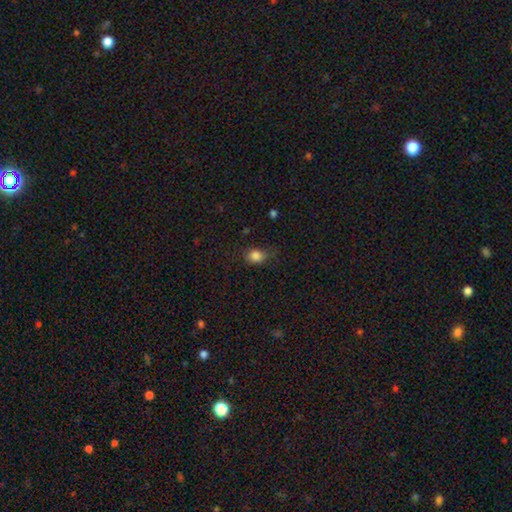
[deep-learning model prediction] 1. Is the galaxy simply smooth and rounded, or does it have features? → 84% smooth, 11% star or artifact, 5% featured or disk.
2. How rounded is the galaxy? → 54% in between, 45% round, 1% cigar-shaped.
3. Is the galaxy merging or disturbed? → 71% none, 21% minor disturbance, 6% major disturbance, 1% merger.